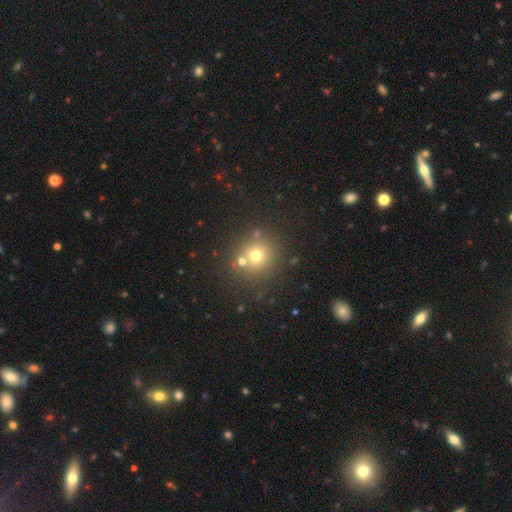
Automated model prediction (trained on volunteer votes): The model was most divided on "smooth or featured": smooth: 67%, star or artifact: 20%, featured or disk: 13%. More confident: how rounded — round (91%); merging — none (73%).